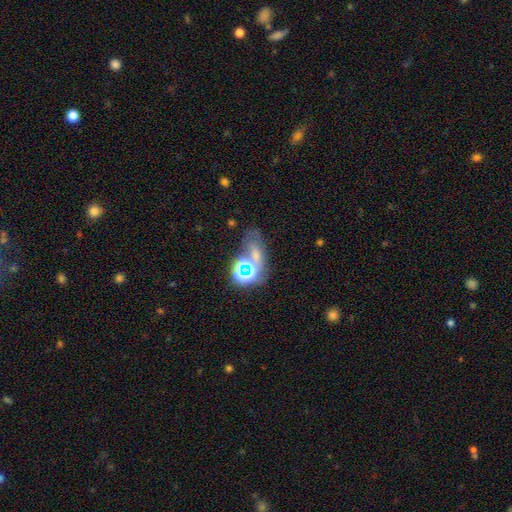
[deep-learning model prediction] Smooth or featured: star or artifact — 53% (smooth — 26%)